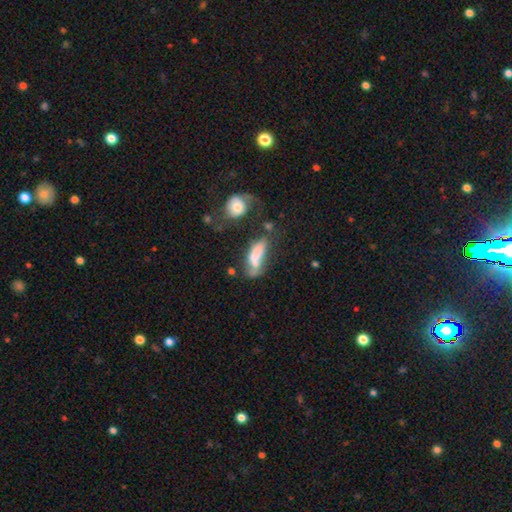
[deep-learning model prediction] A smooth galaxy with no disk features (59%) that is in between round and cigar-shaped (65%). Merging: merger (35%).